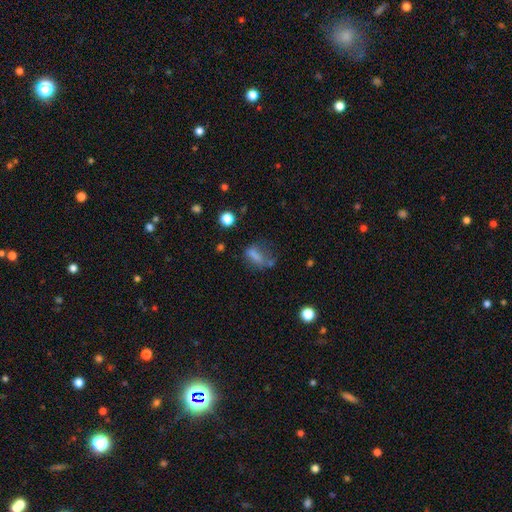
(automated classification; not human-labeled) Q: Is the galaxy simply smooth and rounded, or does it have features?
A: smooth — 67%.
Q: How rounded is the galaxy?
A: in between — 71%.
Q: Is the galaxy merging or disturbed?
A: none — 36%.